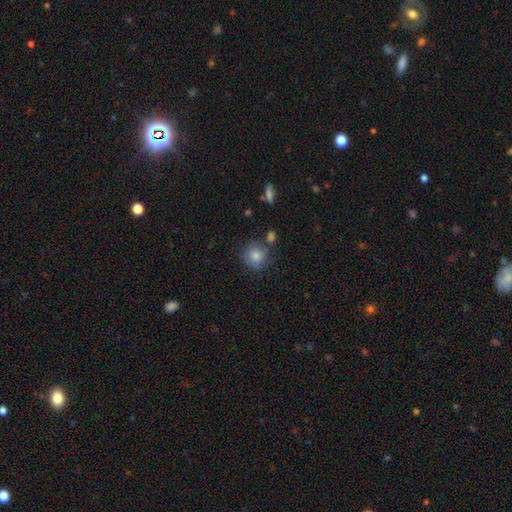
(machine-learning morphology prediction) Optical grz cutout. It shows a smooth galaxy with no disk features (80%) that is round (90%). Merging: none (77%).